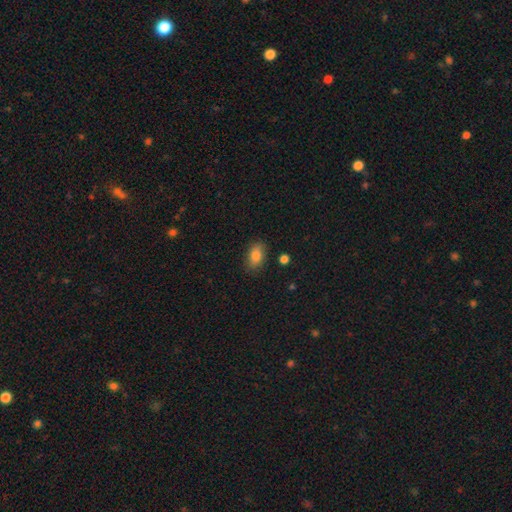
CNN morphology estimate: type=smooth (82%); roundness=in between (87%); merging=none (83%).